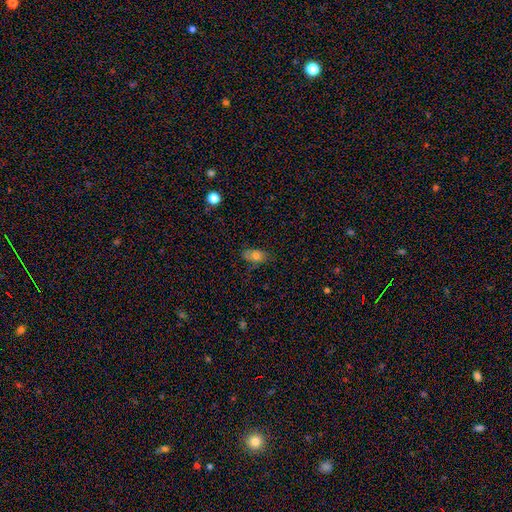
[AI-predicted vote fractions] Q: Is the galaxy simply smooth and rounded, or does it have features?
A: smooth — 67%.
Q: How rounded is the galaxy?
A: in between — 85%.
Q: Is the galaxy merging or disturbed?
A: none — 65%.